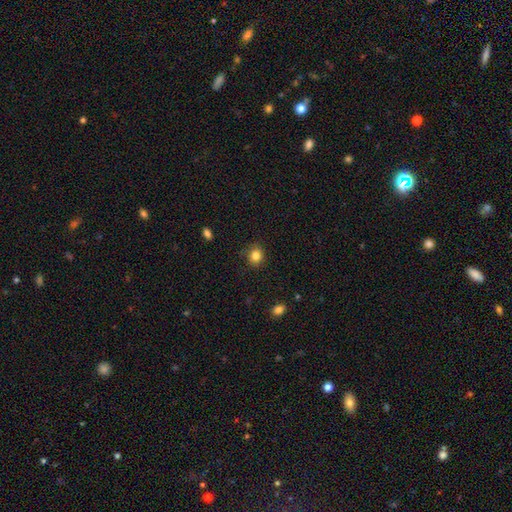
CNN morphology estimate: smooth_or_featured: smooth (p=0.84) [alt: star or artifact p=0.11]
how_rounded: round (p=0.77) [alt: in between p=0.22]
merging: none (p=0.85) [alt: minor disturbance p=0.11]